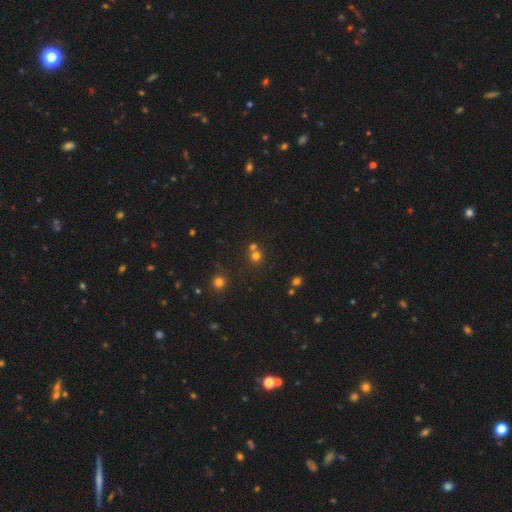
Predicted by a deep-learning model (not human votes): Smooth or featured: smooth — 68% (star or artifact — 22%)
How rounded: round — 87% (in between — 12%)
Merging: none — 58% (merger — 32%)